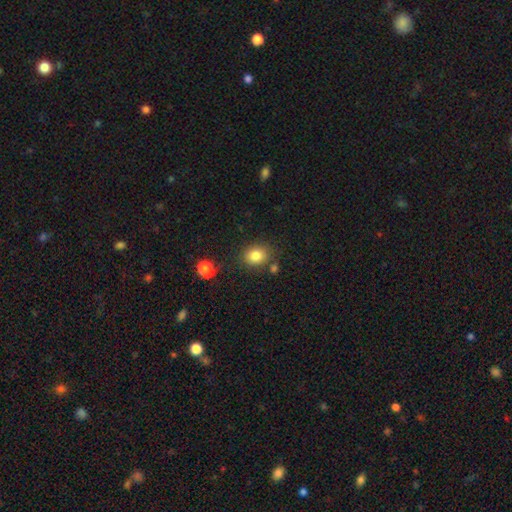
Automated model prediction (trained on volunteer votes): This is clearly a smooth galaxy (83%). How rounded: possibly round (51%). Merging: likely none (77%).